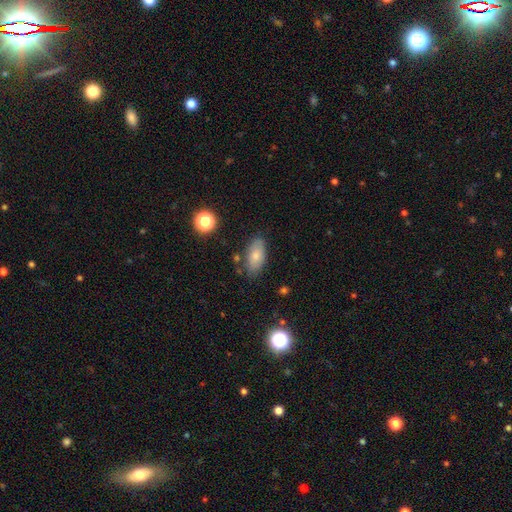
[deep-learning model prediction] The model was most divided on "merging": none: 75%, minor disturbance: 18%, major disturbance: 4%, merger: 3%. More confident: how rounded — in between (91%); smooth or featured — smooth (75%).